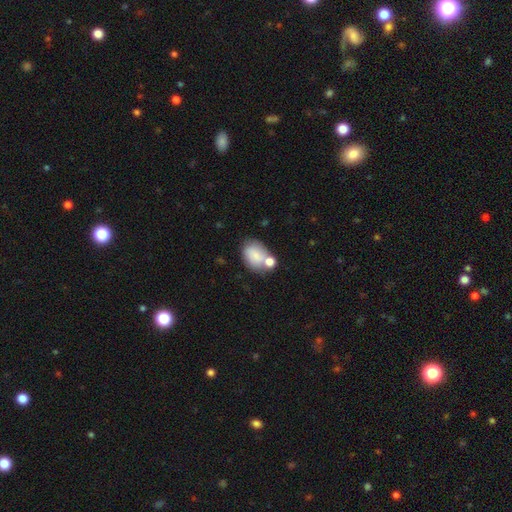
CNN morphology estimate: Smooth or featured? smooth (79%)
How rounded? in between (78%)
Merging? none (46%)